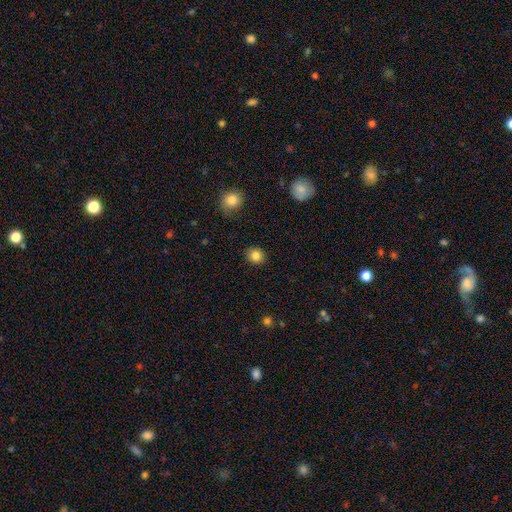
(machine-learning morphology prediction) Overall: smooth (85%). How rounded: round (83%). Merging: none (89%).